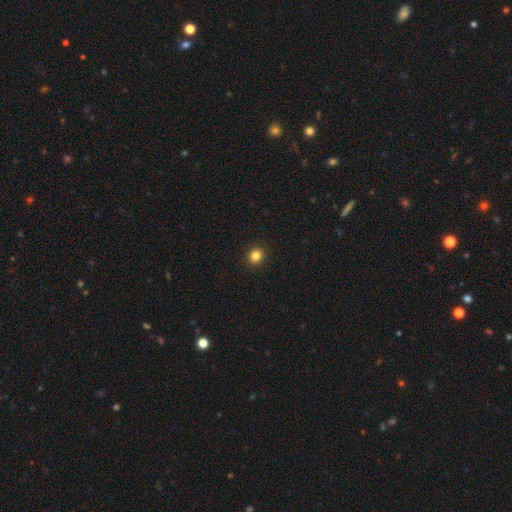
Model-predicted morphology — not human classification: Q: Smooth or featured?
A: smooth (84%); runner-up: star or artifact (12%)
Q: How rounded?
A: round (91%); runner-up: in between (8%)
Q: Merging?
A: none (93%); runner-up: minor disturbance (5%)